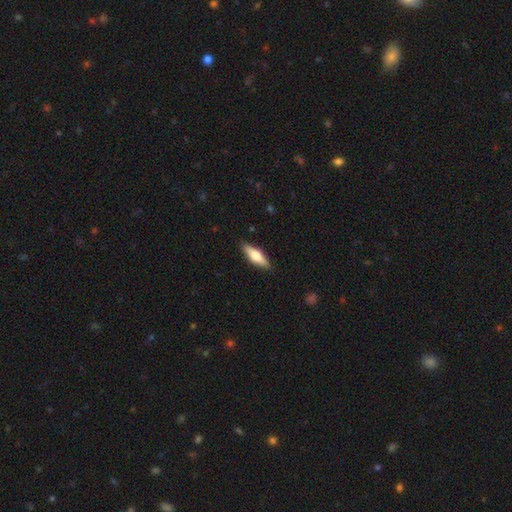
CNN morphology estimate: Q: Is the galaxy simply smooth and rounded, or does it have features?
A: smooth — 53%.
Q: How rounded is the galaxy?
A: cigar-shaped — 55%.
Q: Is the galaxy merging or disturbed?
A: none — 88%.